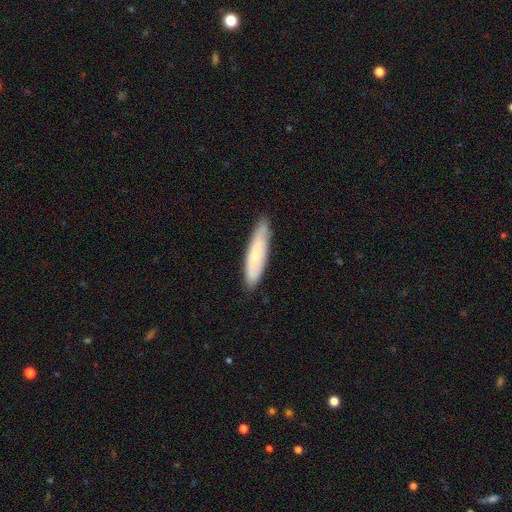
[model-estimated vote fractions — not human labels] A smooth galaxy with no disk features (64%) that is cigar-shaped (76%).

Vote fractions:
- Smooth or featured? smooth: 64% / featured or disk: 30% / star or artifact: 6%
- How rounded? cigar-shaped: 76% / in between: 22% / round: 1%
- Merging? none: 81% / minor disturbance: 15% / major disturbance: 2% / merger: 1%